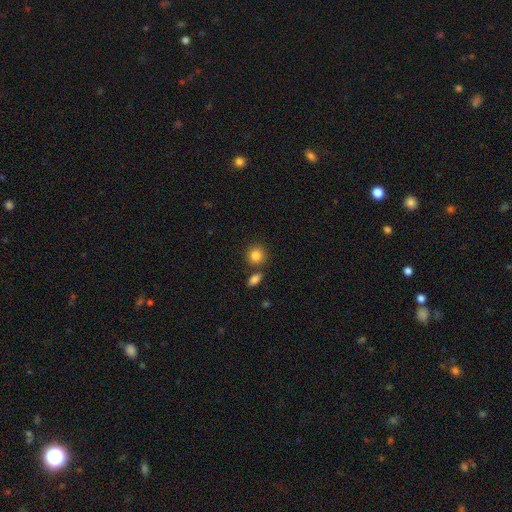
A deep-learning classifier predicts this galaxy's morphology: smooth-or-featured: smooth: 84% | star or artifact: 9% | featured or disk: 7%
  how-rounded: round: 84% | in between: 15% | cigar-shaped: 1%
  merging: none: 73% | merger: 15% | minor disturbance: 9% | major disturbance: 3%